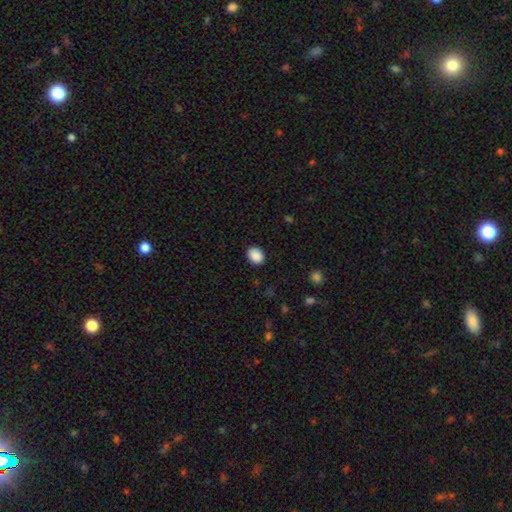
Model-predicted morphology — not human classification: Overall: smooth (89%). How rounded: in between (59%; round 41%). Merging: none (88%).